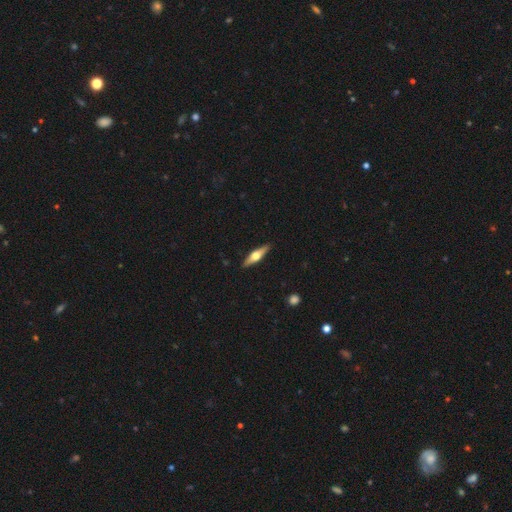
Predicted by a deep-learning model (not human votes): Smooth or featured?
  - featured or disk: 64% *
  - smooth: 31%
  - star or artifact: 5%
Edge-on disk?
  - yes: 96% *
  - no: 4%
Edge-on bulge?
  - rounded: 95% *
  - boxy: 3%
  - none: 2%
Merging?
  - none: 91% *
  - minor disturbance: 7%
  - major disturbance: 1%
  - merger: 1%